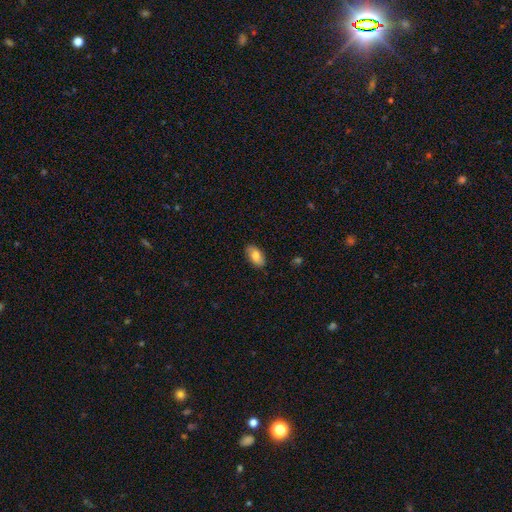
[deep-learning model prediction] Morphology: type=smooth (80%); roundness=in between (93%); merging=none (85%).